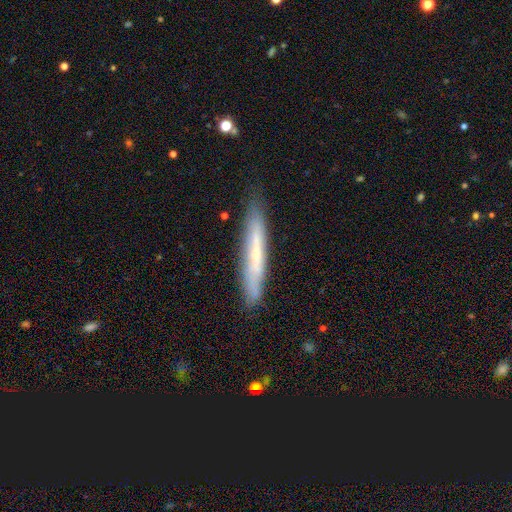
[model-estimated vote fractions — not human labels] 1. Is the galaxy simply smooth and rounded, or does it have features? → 49% smooth, 45% featured or disk, 6% star or artifact.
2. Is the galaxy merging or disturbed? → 82% none, 14% minor disturbance, 3% major disturbance, 2% merger.